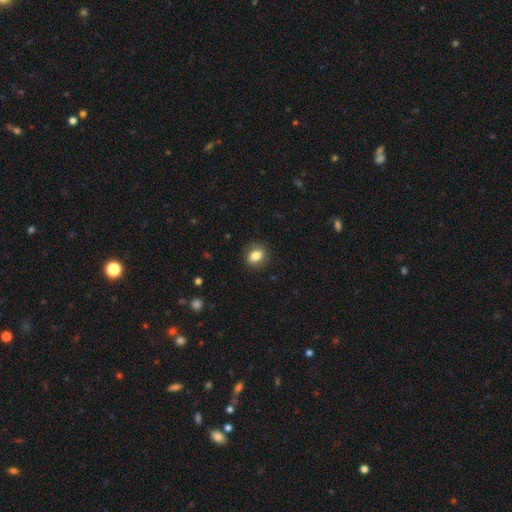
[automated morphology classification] type=smooth (81%); roundness=in between (56%); merging=none (86%).